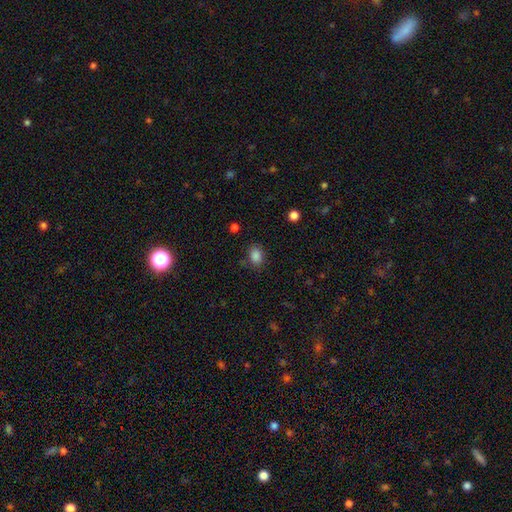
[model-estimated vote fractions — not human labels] Smooth or featured? Predicted: smooth (p=0.86). How rounded? Predicted: in between (p=0.68). Merging? Predicted: none (p=0.78).